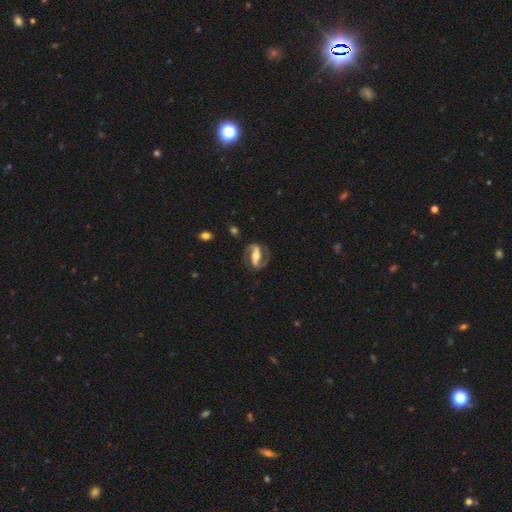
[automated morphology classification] A featured or disk galaxy (85%) with a strong bar (61%), 2 (91%) medium (51%) spiral arms (95%) and a moderate central bulge (57%). Merging: none (77%).